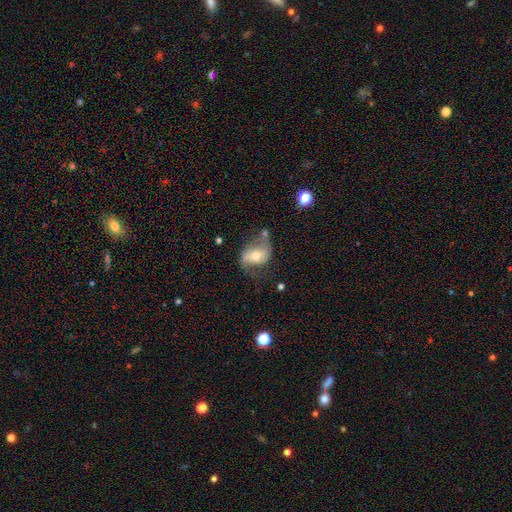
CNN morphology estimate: This is likely a featured or disk galaxy (65%). It is clearly not viewed edge-on (96%). Bar: possibly no (49%). Spiral arm pattern: clearly yes (82%). Spiral arm count: clearly 2 (87%). Spiral winding: likely loose (61%). Central bulge: likely moderate (66%). Merging: possibly none (52%).